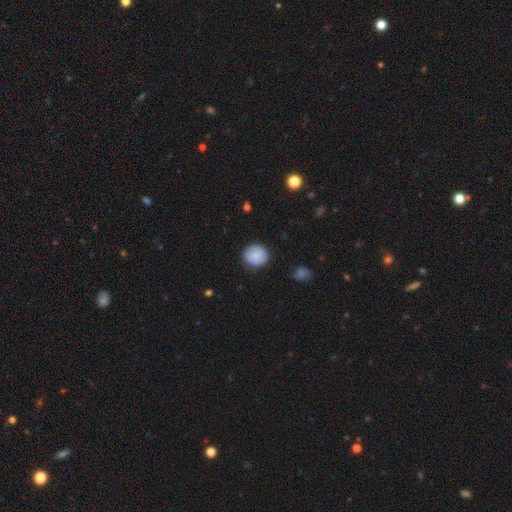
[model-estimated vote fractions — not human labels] Smooth or featured?
  - smooth: 84% *
  - featured or disk: 9%
  - star or artifact: 7%
How rounded?
  - round: 90% *
  - in between: 9%
  - cigar-shaped: 1%
Merging?
  - none: 84% *
  - minor disturbance: 12%
  - major disturbance: 3%
  - merger: 1%